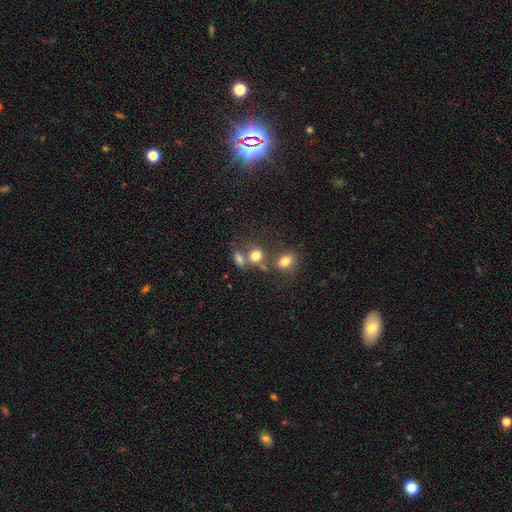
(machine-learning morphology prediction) smooth-or-featured: smooth: 75% | star or artifact: 14% | featured or disk: 11%
  how-rounded: round: 63% | in between: 35% | cigar-shaped: 2%
  merging: none: 45% | merger: 38% | minor disturbance: 11% | major disturbance: 6%